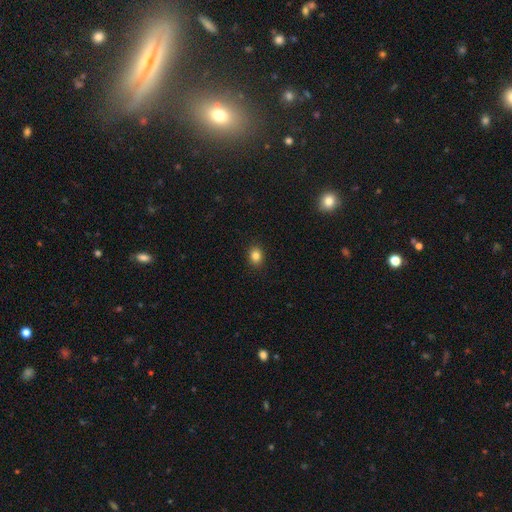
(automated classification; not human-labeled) A smooth galaxy with no disk features (84%) that is round (50%).

Vote fractions:
- Smooth or featured? smooth: 84% / star or artifact: 11% / featured or disk: 5%
- How rounded? round: 50% / in between: 49% / cigar-shaped: 1%
- Merging? none: 90% / minor disturbance: 7% / major disturbance: 2% / merger: 1%